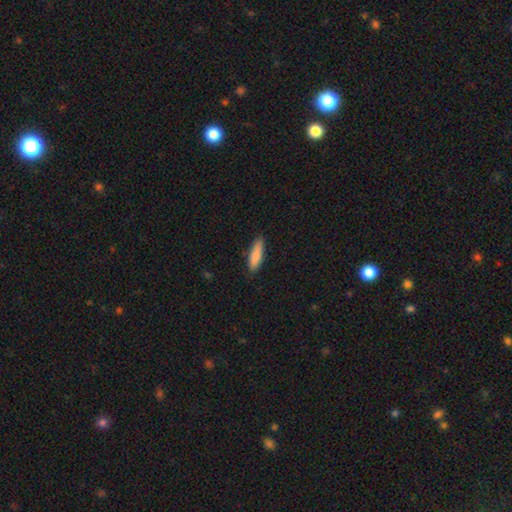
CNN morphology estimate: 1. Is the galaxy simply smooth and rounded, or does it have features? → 85% smooth, 9% featured or disk, 6% star or artifact.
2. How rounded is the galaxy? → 64% cigar-shaped, 34% in between, 2% round.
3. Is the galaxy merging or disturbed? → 85% none, 12% minor disturbance, 2% major disturbance, 1% merger.